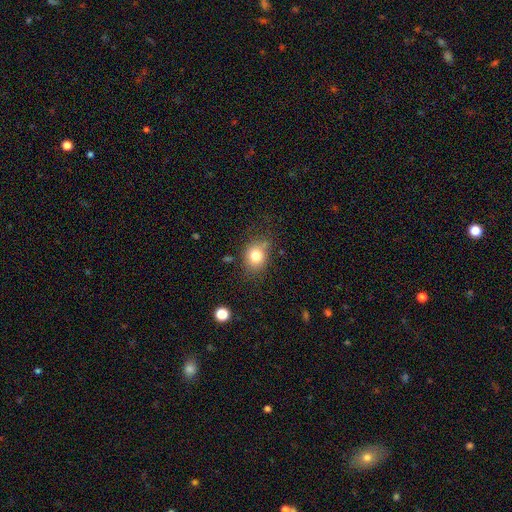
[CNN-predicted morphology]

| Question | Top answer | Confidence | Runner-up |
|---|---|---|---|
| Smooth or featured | smooth | 80% | star or artifact (11%) |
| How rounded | round | 57% | in between (42%) |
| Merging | none | 70% | minor disturbance (21%) |